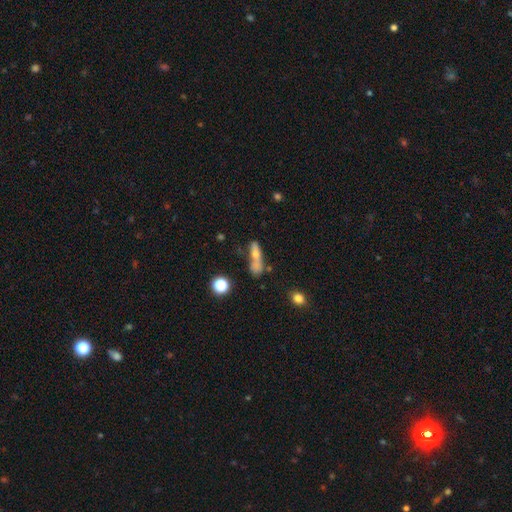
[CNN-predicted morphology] Overall: smooth (58%; featured or disk 30%). How rounded: cigar-shaped (63%; in between 30%). Merging: none (39%; merger 26%).